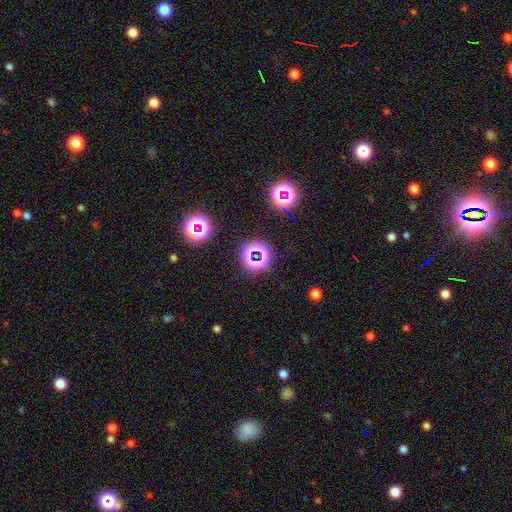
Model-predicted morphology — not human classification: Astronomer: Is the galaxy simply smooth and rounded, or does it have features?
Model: star or artifact — 67%.